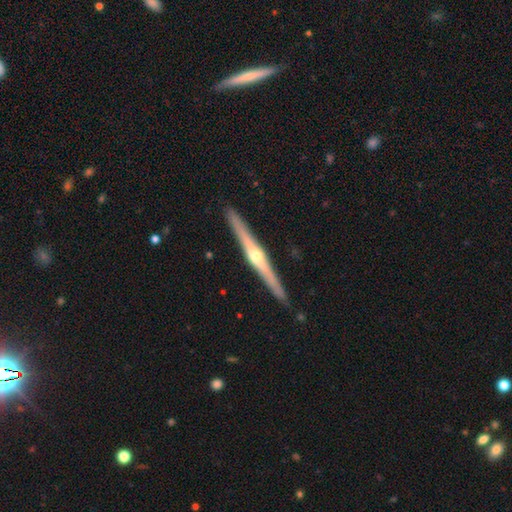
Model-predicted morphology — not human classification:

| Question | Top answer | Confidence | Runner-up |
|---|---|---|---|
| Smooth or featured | featured or disk | 80% | smooth (15%) |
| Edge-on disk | yes | 98% | no (2%) |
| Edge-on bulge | rounded | 89% | none (7%) |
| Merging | none | 91% | minor disturbance (6%) |